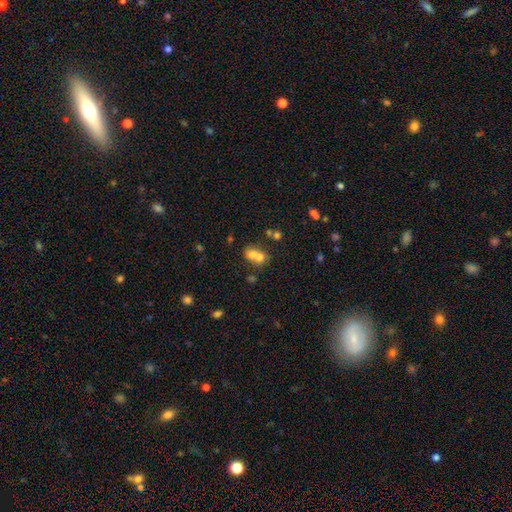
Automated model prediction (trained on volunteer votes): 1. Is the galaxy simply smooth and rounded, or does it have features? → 66% smooth, 21% featured or disk, 13% star or artifact.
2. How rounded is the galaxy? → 58% round, 41% in between, 1% cigar-shaped.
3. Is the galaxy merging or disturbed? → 68% merger, 23% none, 6% minor disturbance, 3% major disturbance.